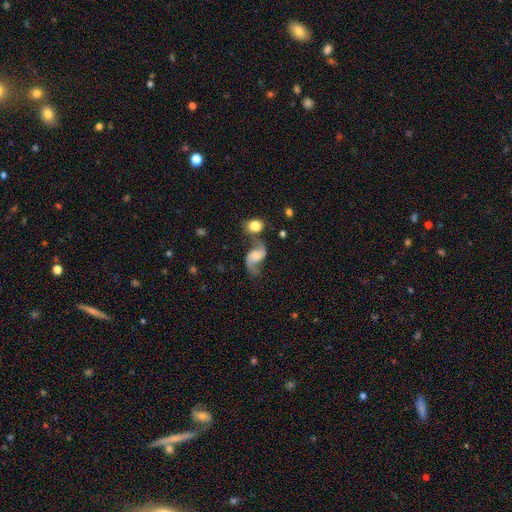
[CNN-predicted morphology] The model was most divided on "bulge size": none: 29%, moderate: 25%, small: 23%, large: 19%, dominant: 4%. Remaining: edge-on disk — no (97%); spiral arms — yes (95%); spiral arm count — 2 (92%); smooth or featured — featured or disk (80%); spiral winding — loose (74%); bar — no (55%); merging — none (47%).